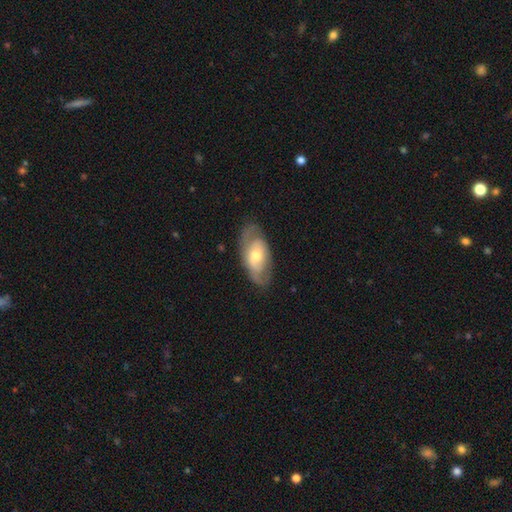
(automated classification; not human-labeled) This appears to be a featured or disk galaxy (57%). Merging: none (72%).